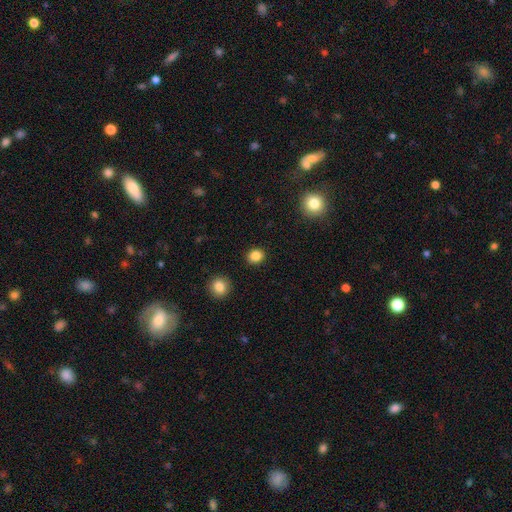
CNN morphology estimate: Smooth or featured? smooth (85%)
How rounded? round (76%)
Merging? none (90%)